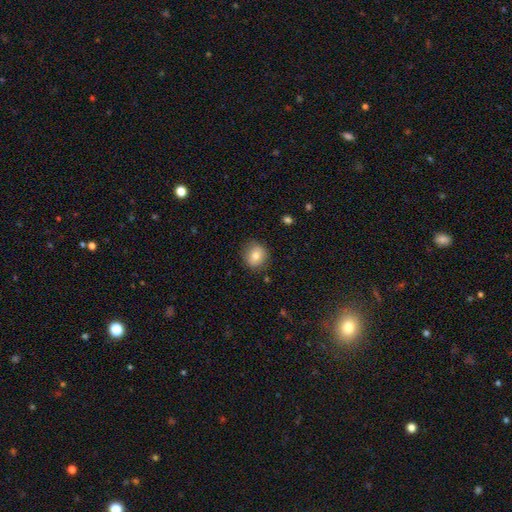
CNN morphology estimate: This is likely a smooth galaxy (78%). How rounded: clearly round (84%). Merging: clearly none (85%).